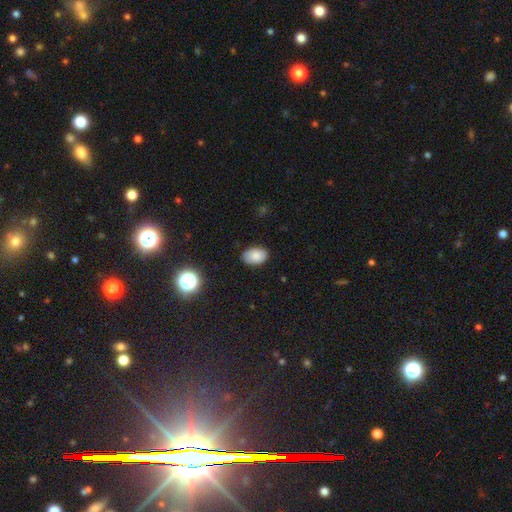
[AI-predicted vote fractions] smooth 84%, star or artifact 9%, featured or disk 7%. Down the decision tree: how rounded — in between (86%); merging — none (81%).